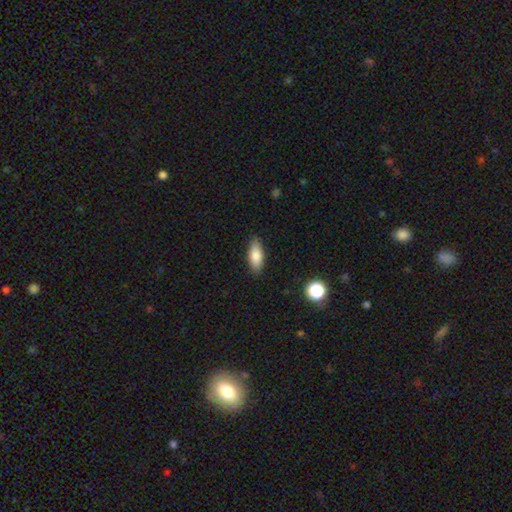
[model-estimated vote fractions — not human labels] A smooth galaxy with no disk features (83%) that is in between round and cigar-shaped (79%). Merging: none (87%).